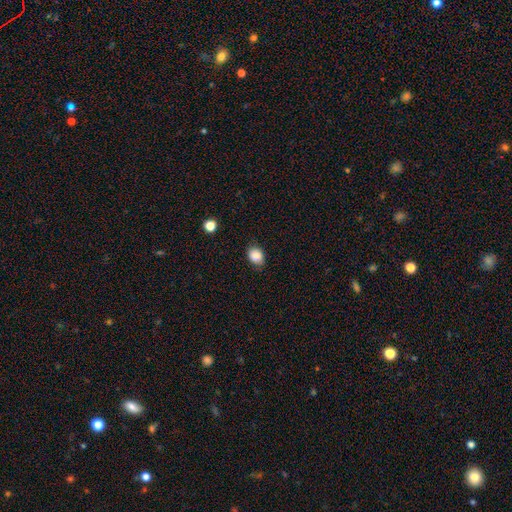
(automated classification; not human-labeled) This is clearly a smooth galaxy (87%). How rounded: possibly in between (53%). Merging: likely none (80%).